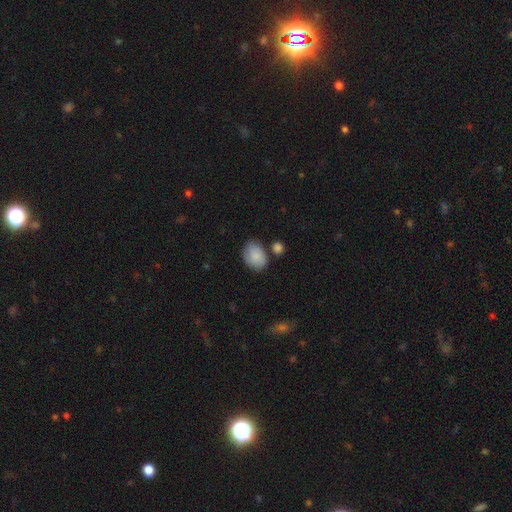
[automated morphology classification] smooth 85%, featured or disk 8%, star or artifact 7%. Down the decision tree: how rounded — in between (73%); merging — none (68%).